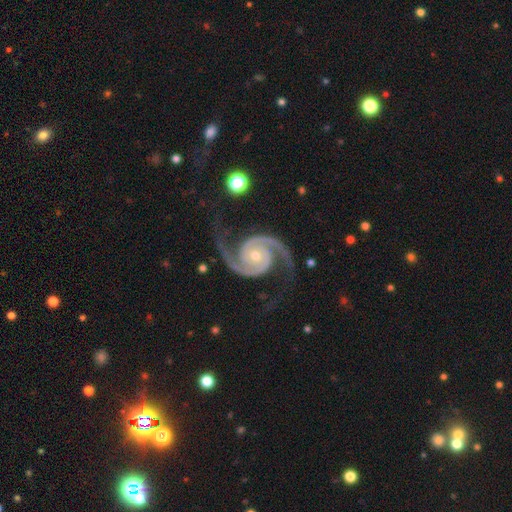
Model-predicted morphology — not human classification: A featured or disk galaxy (95%) with no bar (70%), 2 (95%) medium (57%) spiral arms (99%) and a small central bulge (56%).

Vote fractions:
- Smooth or featured? featured or disk: 95% / star or artifact: 4% / smooth: 2%
- Edge-on disk? no: 98% / yes: 2%
- Bar? no: 70% / weak: 20% / strong: 10%
- Spiral arms? yes: 99% / no: 1%
- Spiral winding? medium: 57% / tight: 32% / loose: 11%
- Spiral arm count? 2: 95% / 3: 1% / can't tell: 1% / 1: 1% / 4: 1% / more than 4: 1%
- Bulge size? small: 56% / moderate: 41% / large: 1% / none: 1% / dominant: 1%
- Merging? none: 79% / minor disturbance: 14% / major disturbance: 6% / merger: 2%